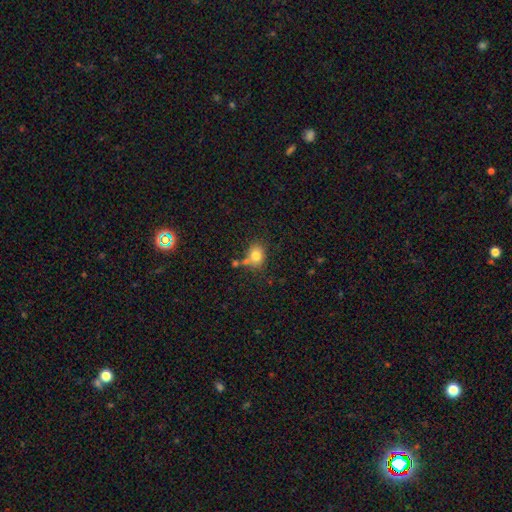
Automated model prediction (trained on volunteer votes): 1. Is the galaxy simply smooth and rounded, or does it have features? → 79% smooth, 11% star or artifact, 10% featured or disk.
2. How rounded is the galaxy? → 53% round, 45% in between, 1% cigar-shaped.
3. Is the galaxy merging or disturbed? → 60% none, 18% minor disturbance, 16% merger, 6% major disturbance.